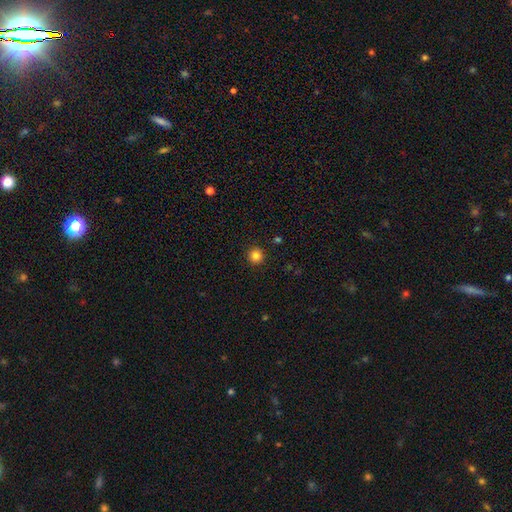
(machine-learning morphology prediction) smooth 84%, star or artifact 12%, featured or disk 4%. Down the decision tree: how rounded — round (95%); merging — none (93%).